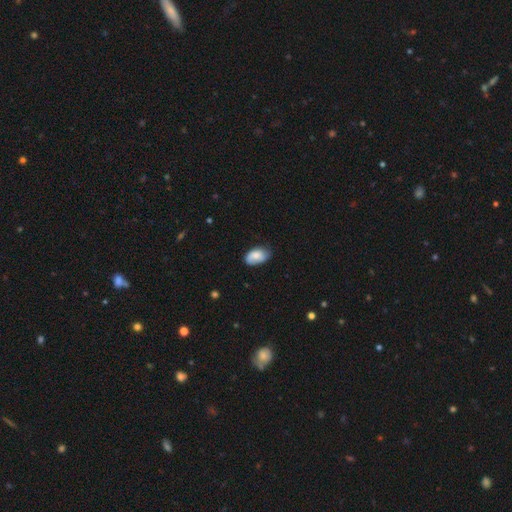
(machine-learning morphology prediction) smooth 75%, featured or disk 19%, star or artifact 7%. Down the decision tree: how rounded — in between (92%); merging — none (63%).